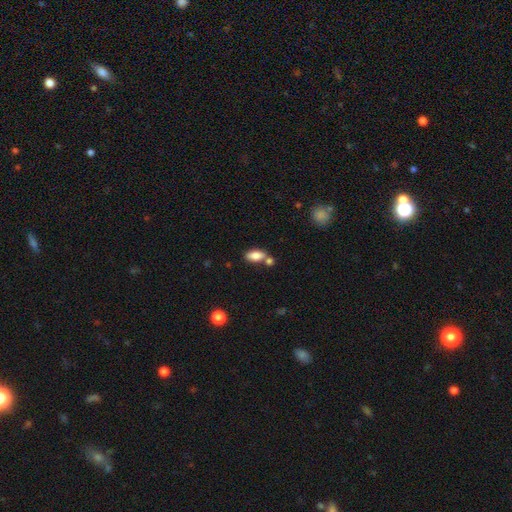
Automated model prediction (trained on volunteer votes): smooth-or-featured: smooth: 83% | featured or disk: 9% | star or artifact: 8%
  how-rounded: in between: 88% | cigar-shaped: 8% | round: 4%
  merging: none: 59% | merger: 25% | minor disturbance: 12% | major disturbance: 4%